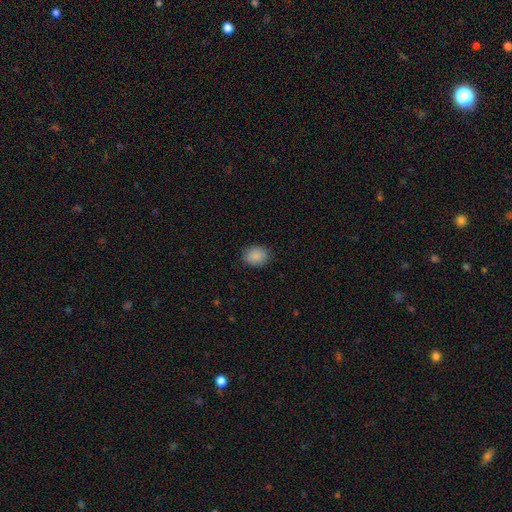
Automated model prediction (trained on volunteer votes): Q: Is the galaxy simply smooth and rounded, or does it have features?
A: smooth — 88%.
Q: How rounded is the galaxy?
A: round — 52%.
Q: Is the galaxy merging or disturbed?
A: none — 86%.